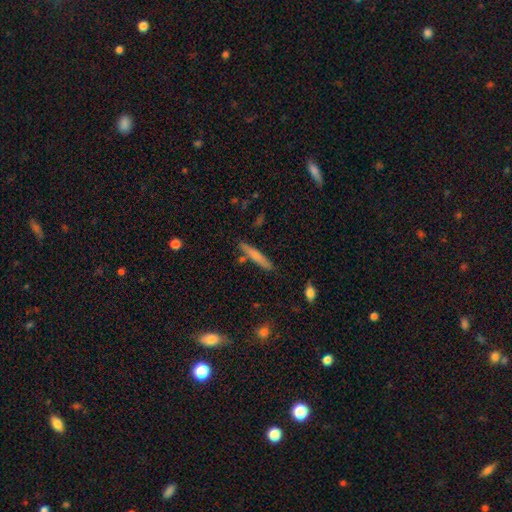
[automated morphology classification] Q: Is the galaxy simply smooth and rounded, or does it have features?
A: smooth — 65%.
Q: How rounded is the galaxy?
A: cigar-shaped — 92%.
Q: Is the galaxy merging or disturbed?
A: none — 83%.